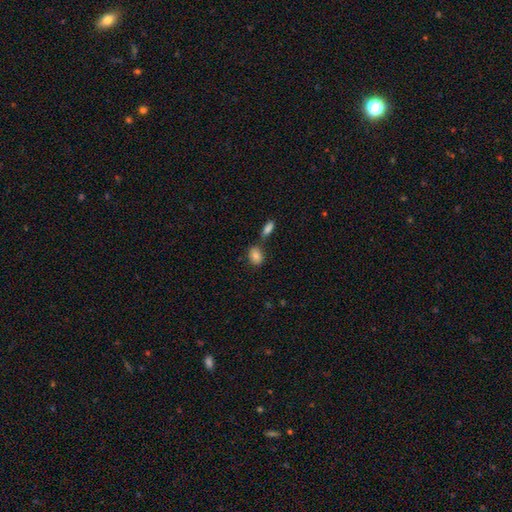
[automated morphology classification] smooth_or_featured: smooth (p=0.82) [alt: featured or disk p=0.10]
how_rounded: in between (p=0.69) [alt: round p=0.28]
merging: none (p=0.64) [alt: merger p=0.19]